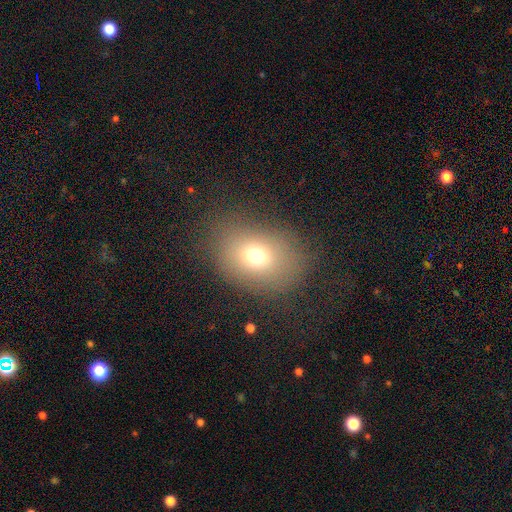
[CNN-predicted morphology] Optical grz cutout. It shows a smooth galaxy with no disk features (69%) that is in between round and cigar-shaped (60%). Merging: none (76%).